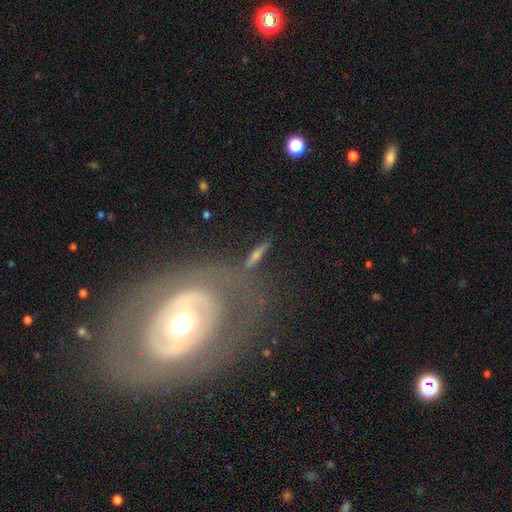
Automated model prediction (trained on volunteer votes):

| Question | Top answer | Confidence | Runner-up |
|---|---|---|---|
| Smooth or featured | featured or disk | 53% | smooth (35%) |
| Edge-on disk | yes | 67% | no (33%) |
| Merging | none | 67% | minor disturbance (15%) |